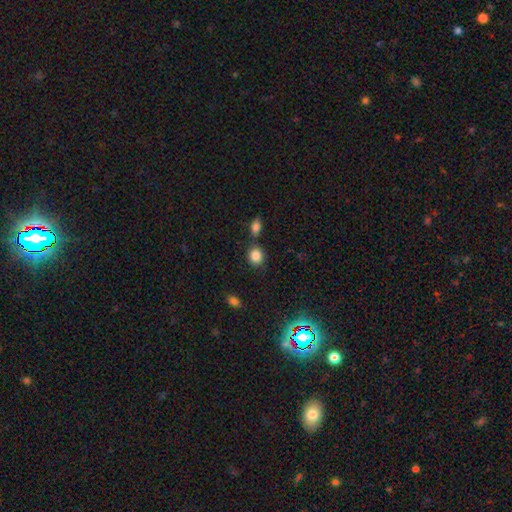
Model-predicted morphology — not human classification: This appears to be a smooth galaxy with no disk features (85%) that is round (71%). Merging: none (70%).